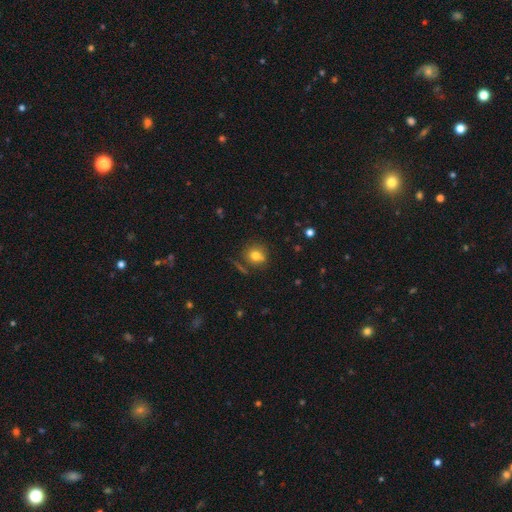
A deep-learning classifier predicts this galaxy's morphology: smooth_or_featured: smooth (p=0.77) [alt: star or artifact p=0.13]
how_rounded: round (p=0.85) [alt: in between p=0.14]
merging: none (p=0.73) [alt: minor disturbance p=0.14]